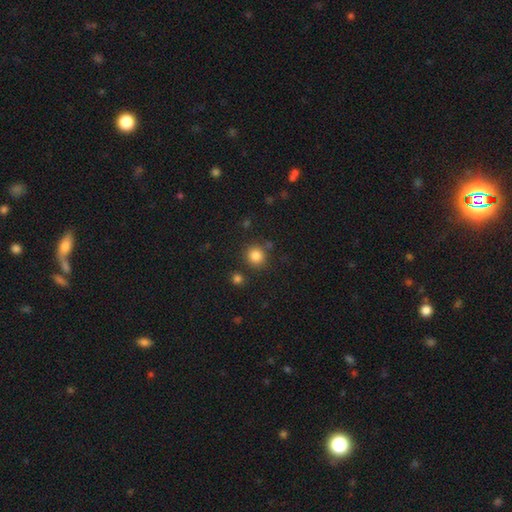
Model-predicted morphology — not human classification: Smooth or featured? smooth (84%)
How rounded? round (91%)
Merging? none (83%)